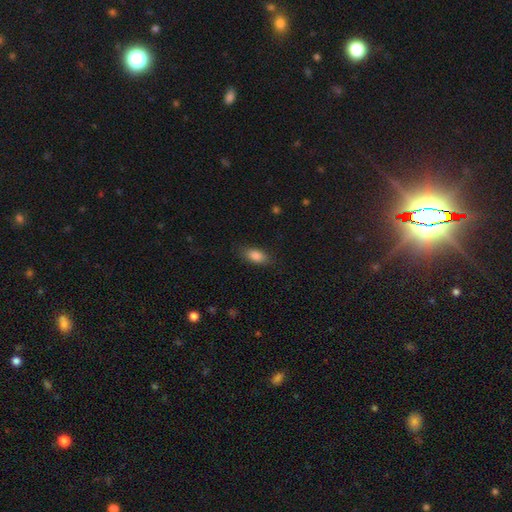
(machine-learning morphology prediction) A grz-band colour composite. It shows a smooth galaxy with no disk features (85%) that is in between round and cigar-shaped (87%). Merging: none (84%).